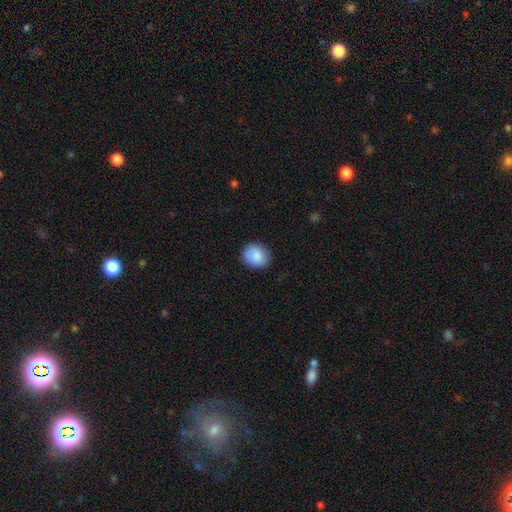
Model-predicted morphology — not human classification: Smooth or featured? smooth (86%)
How rounded? round (65%)
Merging? none (85%)